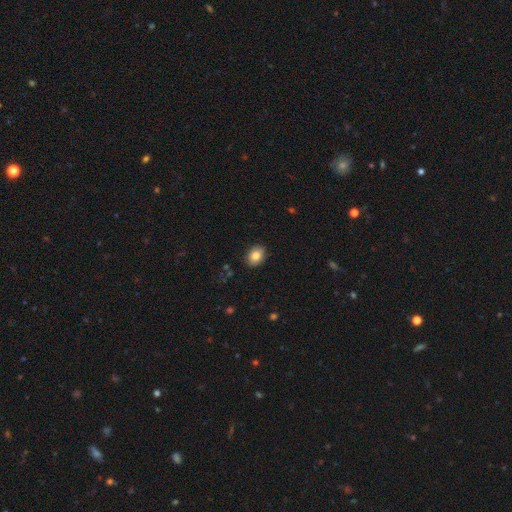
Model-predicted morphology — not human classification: type=smooth (83%); roundness=in between (64%); merging=none (87%).